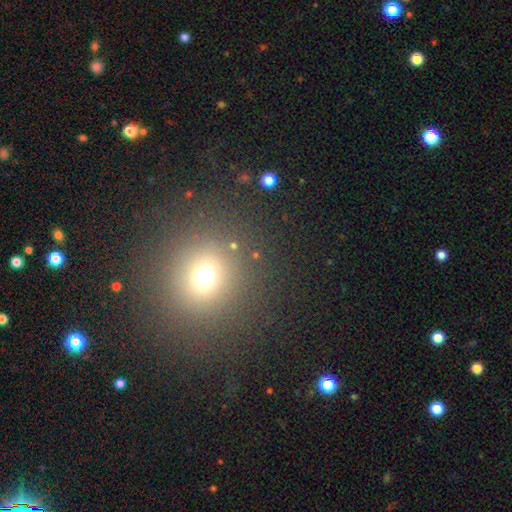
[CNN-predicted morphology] Smooth or featured: smooth — 62% (star or artifact — 30%)
How rounded: round — 87% (in between — 11%)
Merging: none — 84% (minor disturbance — 7%)